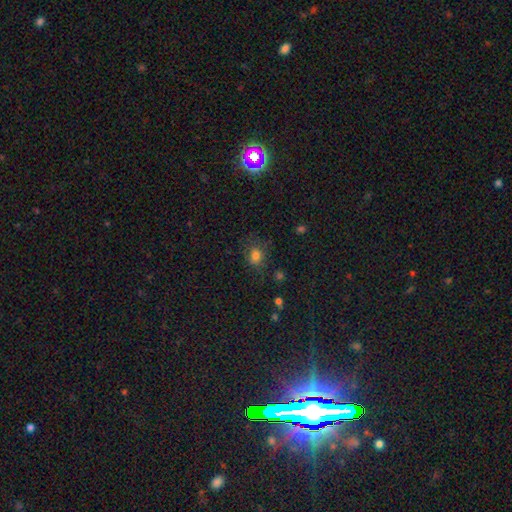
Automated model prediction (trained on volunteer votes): smooth_or_featured: smooth (p=0.76) [alt: star or artifact p=0.16]
how_rounded: round (p=0.53) [alt: in between p=0.46]
merging: none (p=0.68) [alt: minor disturbance p=0.19]